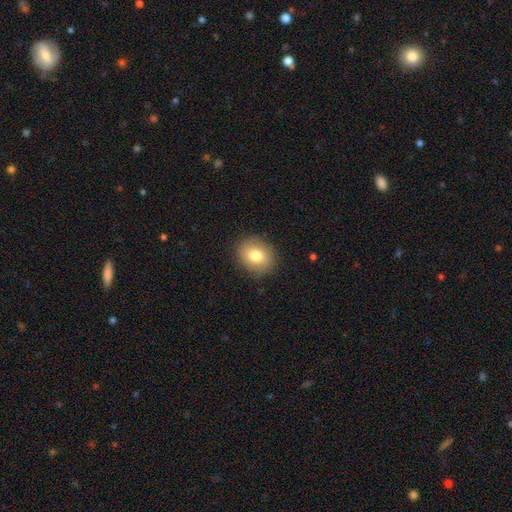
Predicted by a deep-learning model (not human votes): Overall: smooth (78%). How rounded: round (67%; in between 32%). Merging: none (86%).